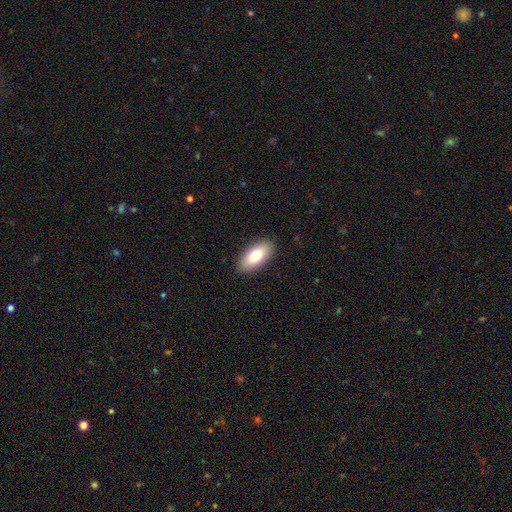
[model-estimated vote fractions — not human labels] The model was most divided on "smooth or featured": smooth: 79%, featured or disk: 15%, star or artifact: 6%. More confident: merging — none (89%); how rounded — in between (89%).